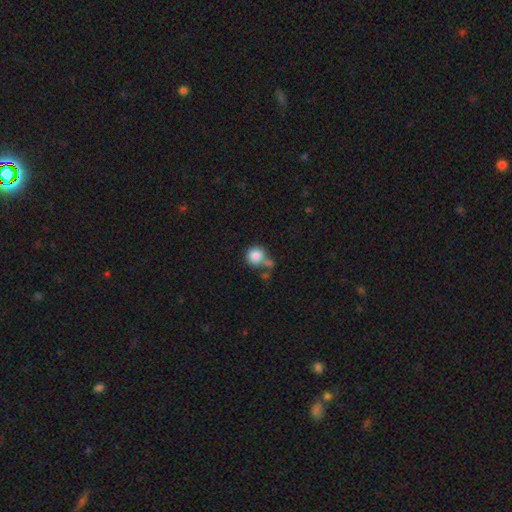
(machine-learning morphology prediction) A smooth galaxy with no disk features (85%) that is round (92%). Merging: none (54%).